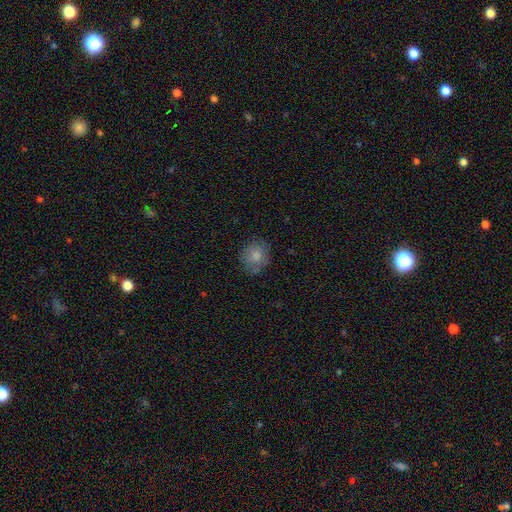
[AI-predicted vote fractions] A smooth galaxy with no disk features (80%) that is round (74%). Merging: none (74%).